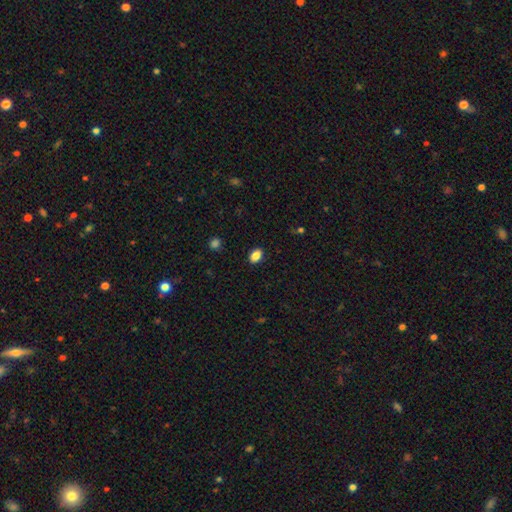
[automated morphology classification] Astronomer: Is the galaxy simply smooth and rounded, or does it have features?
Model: smooth — 86%.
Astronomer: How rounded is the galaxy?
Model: in between — 83%.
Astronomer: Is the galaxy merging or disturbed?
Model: none — 89%.